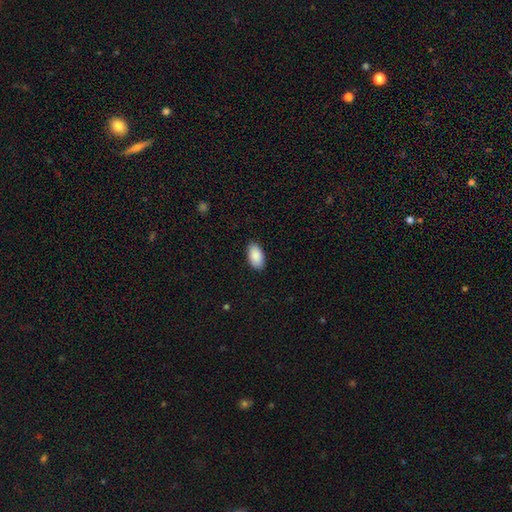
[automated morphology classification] Smooth or featured: smooth — 90% (star or artifact — 6%)
How rounded: in between — 96% (round — 3%)
Merging: none — 88% (minor disturbance — 9%)